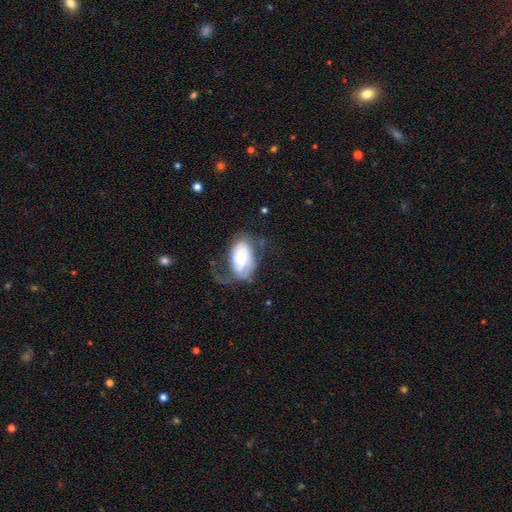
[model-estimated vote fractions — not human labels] A featured or disk galaxy (44%).

Vote fractions:
- Smooth or featured? featured or disk: 44% / smooth: 36% / star or artifact: 20%
- Merging? none: 73% / minor disturbance: 14% / major disturbance: 9% / merger: 4%